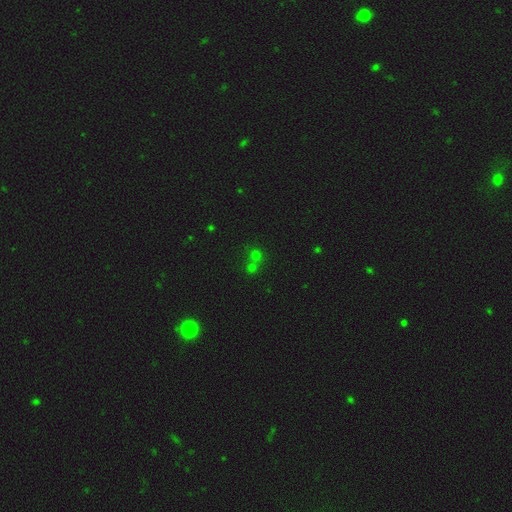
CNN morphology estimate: type=smooth (55%); roundness=round (88%); merging=none (52%).